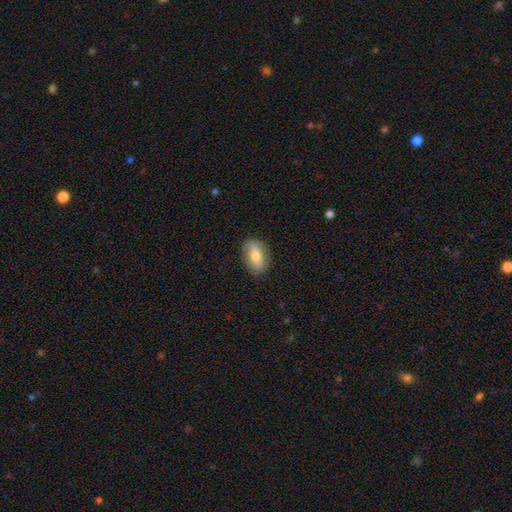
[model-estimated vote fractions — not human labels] Smooth or featured?
  - smooth: 62% *
  - featured or disk: 31%
  - star or artifact: 7%
How rounded?
  - in between: 85% *
  - round: 10%
  - cigar-shaped: 5%
Merging?
  - none: 83% *
  - minor disturbance: 13%
  - major disturbance: 3%
  - merger: 1%